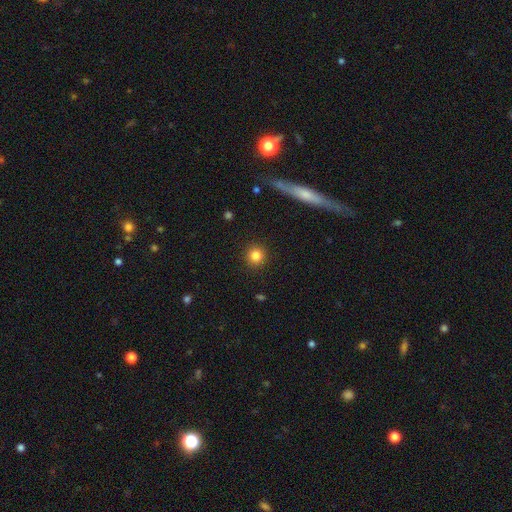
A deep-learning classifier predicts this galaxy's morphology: A smooth galaxy with no disk features (83%) that is round (94%).

Vote fractions:
- Smooth or featured? smooth: 83% / star or artifact: 11% / featured or disk: 6%
- How rounded? round: 94% / in between: 5% / cigar-shaped: 1%
- Merging? none: 92% / minor disturbance: 5% / major disturbance: 2% / merger: 1%